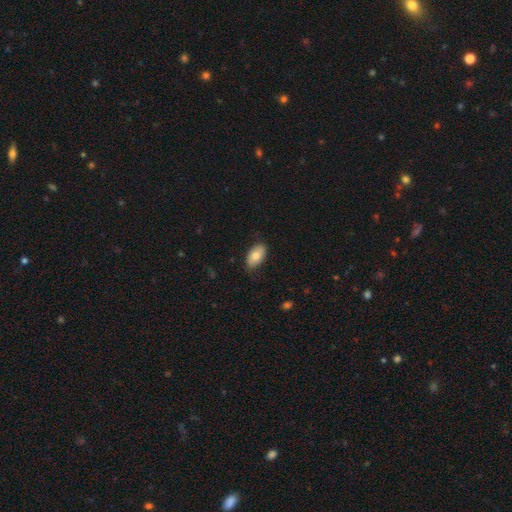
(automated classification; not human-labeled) smooth-or-featured: smooth: 77% | featured or disk: 16% | star or artifact: 6%
  how-rounded: in between: 94% | round: 4% | cigar-shaped: 2%
  merging: none: 83% | minor disturbance: 14% | major disturbance: 2% | merger: 1%